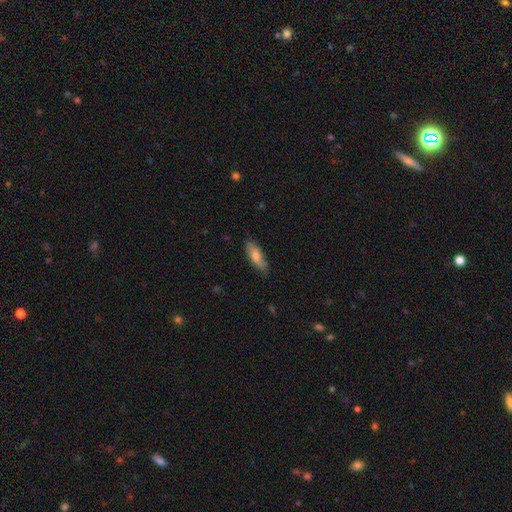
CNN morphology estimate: type=smooth (68%); roundness=in between (65%); merging=none (74%).